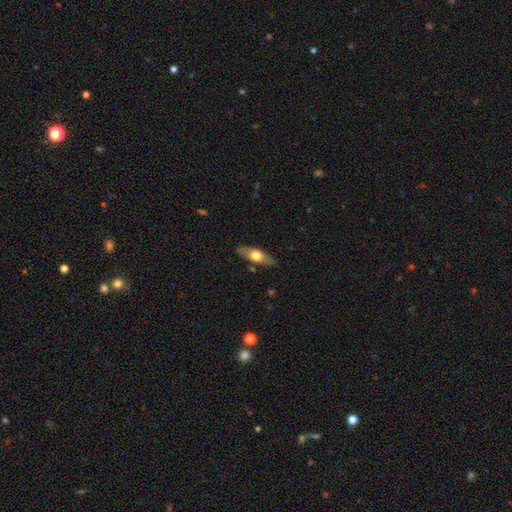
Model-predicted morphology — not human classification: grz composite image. It shows a smooth galaxy with no disk features (52%) that is in between round and cigar-shaped (59%). Merging: none (83%).